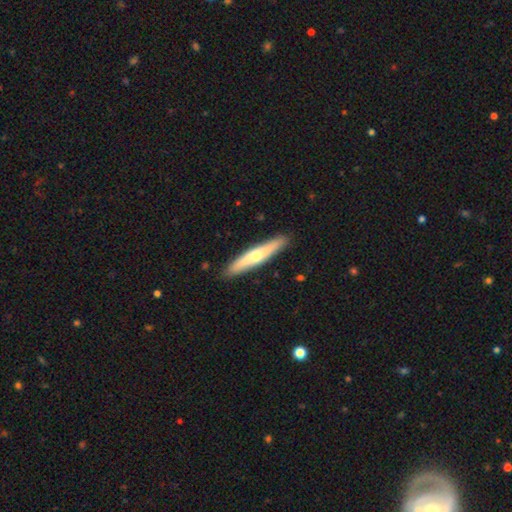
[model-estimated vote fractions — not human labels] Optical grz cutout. It shows a featured or disk galaxy (48%). Merging: none (91%).